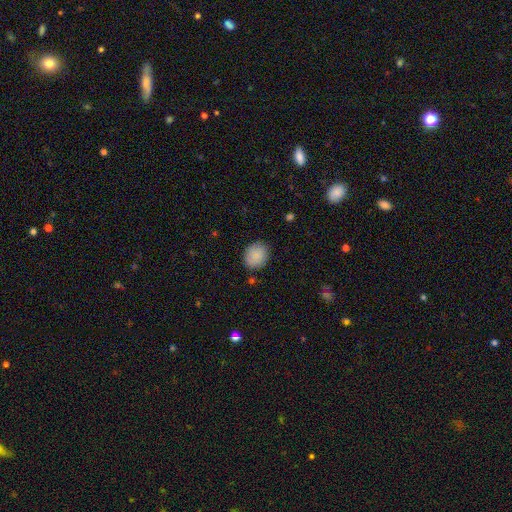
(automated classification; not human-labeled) smooth-or-featured: smooth: 88% | star or artifact: 7% | featured or disk: 4%
  how-rounded: round: 65% | in between: 34% | cigar-shaped: 1%
  merging: none: 85% | minor disturbance: 11% | major disturbance: 3% | merger: 1%